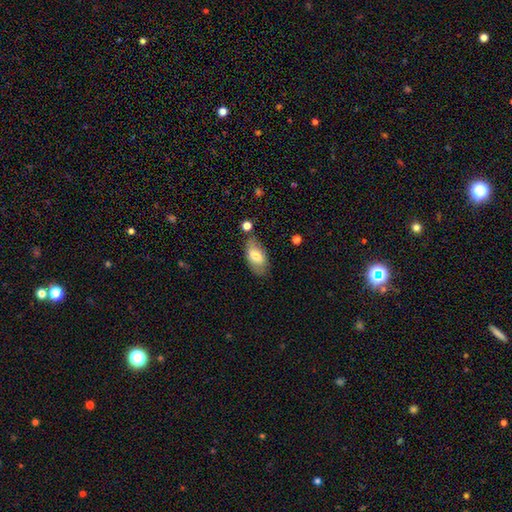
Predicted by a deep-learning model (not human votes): smooth_or_featured: smooth (p=0.71) [alt: featured or disk p=0.22]
how_rounded: in between (p=0.92) [alt: round p=0.04]
merging: none (p=0.66) [alt: minor disturbance p=0.21]